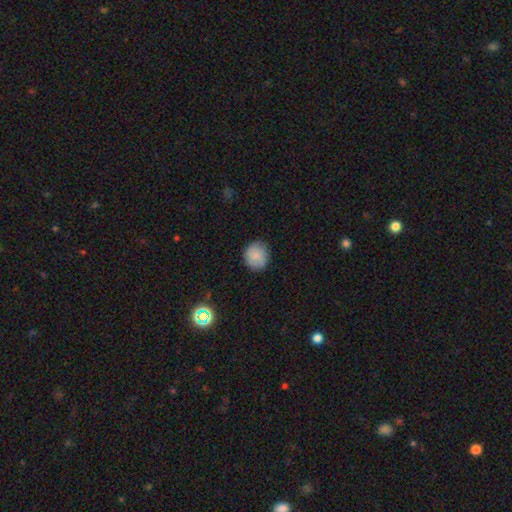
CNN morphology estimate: Smooth or featured: smooth — 82% (featured or disk — 10%)
How rounded: round — 84% (in between — 15%)
Merging: none — 83% (minor disturbance — 14%)